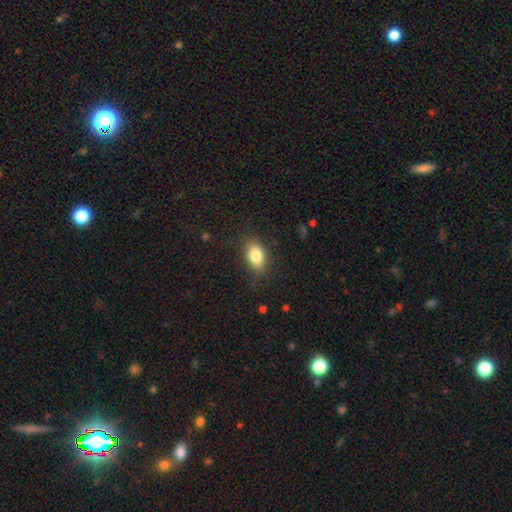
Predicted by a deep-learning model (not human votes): A smooth galaxy with no disk features (82%) that is in between round and cigar-shaped (85%). Merging: none (81%).